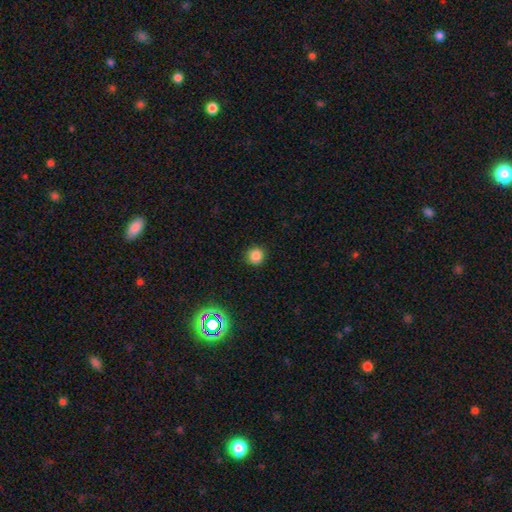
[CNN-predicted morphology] The model was most divided on "smooth or featured": smooth: 83%, star or artifact: 14%, featured or disk: 4%. More confident: how rounded — round (92%); merging — none (90%).